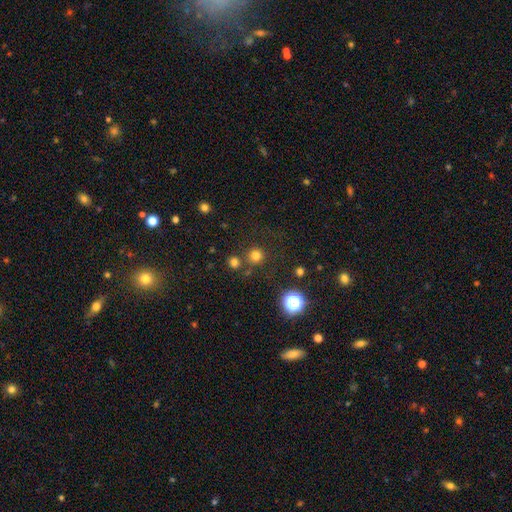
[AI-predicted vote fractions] smooth 74%, star or artifact 20%, featured or disk 6%. Down the decision tree: how rounded — round (94%); merging — none (80%).